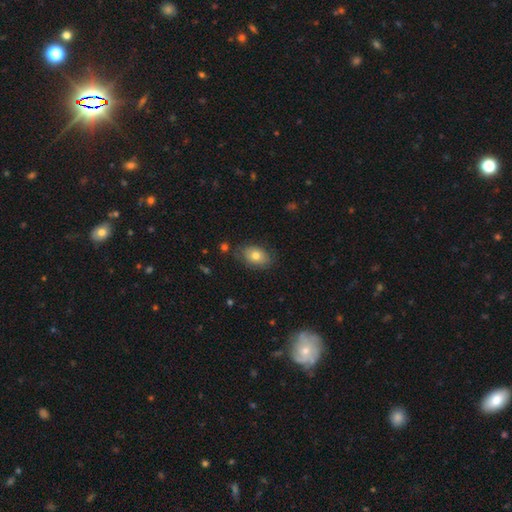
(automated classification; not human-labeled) A smooth galaxy with no disk features (74%) that is in between round and cigar-shaped (84%).

Vote fractions:
- Smooth or featured? smooth: 74% / featured or disk: 17% / star or artifact: 8%
- How rounded? in between: 84% / round: 15% / cigar-shaped: 1%
- Merging? none: 78% / minor disturbance: 16% / major disturbance: 4% / merger: 2%